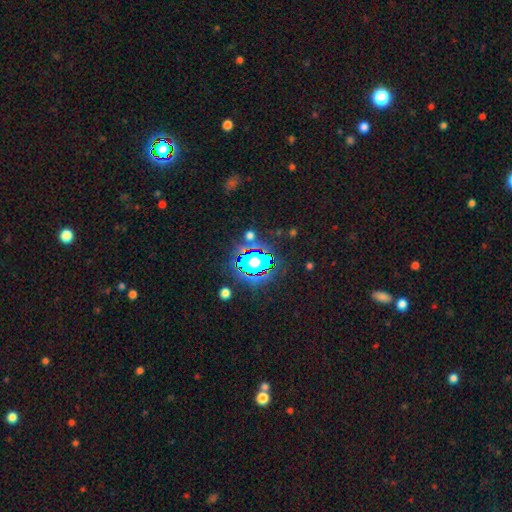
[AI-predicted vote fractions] star or artifact 54%, smooth 31%, featured or disk 15%.